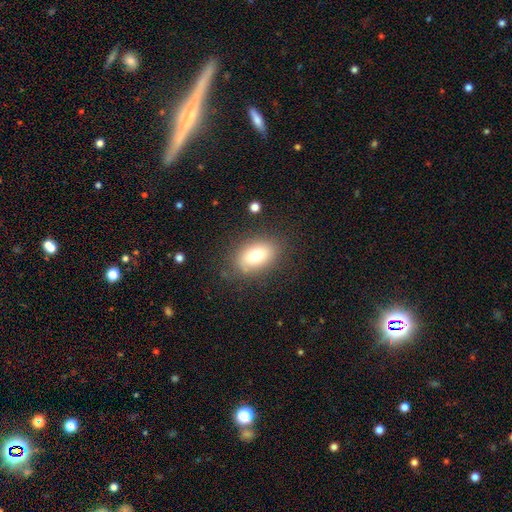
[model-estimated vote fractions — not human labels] Smooth or featured? Predicted: smooth (p=0.76). How rounded? Predicted: in between (p=0.85). Merging? Predicted: none (p=0.80).